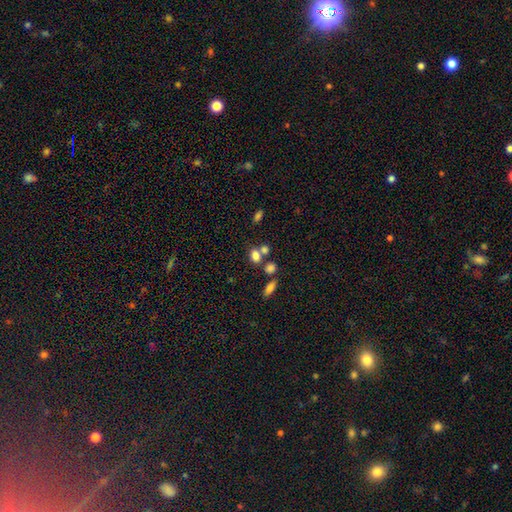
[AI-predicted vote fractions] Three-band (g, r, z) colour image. It shows a smooth galaxy with no disk features (77%) that is in between round and cigar-shaped (63%). Merging: none (47%).